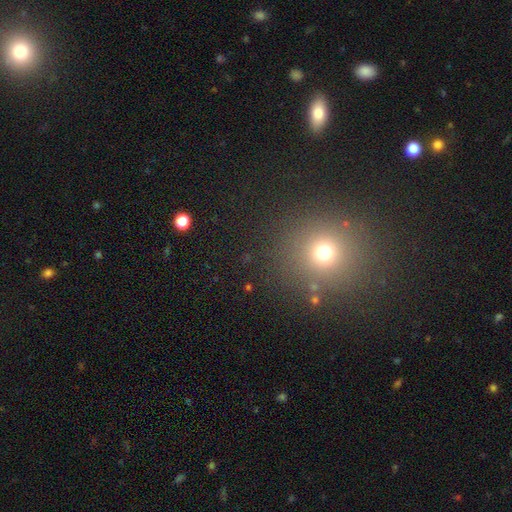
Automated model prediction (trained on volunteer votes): smooth-or-featured: smooth: 54% | star or artifact: 38% | featured or disk: 8%
  how-rounded: round: 88% | in between: 11% | cigar-shaped: 1%
  merging: none: 87% | minor disturbance: 7% | major disturbance: 3% | merger: 3%